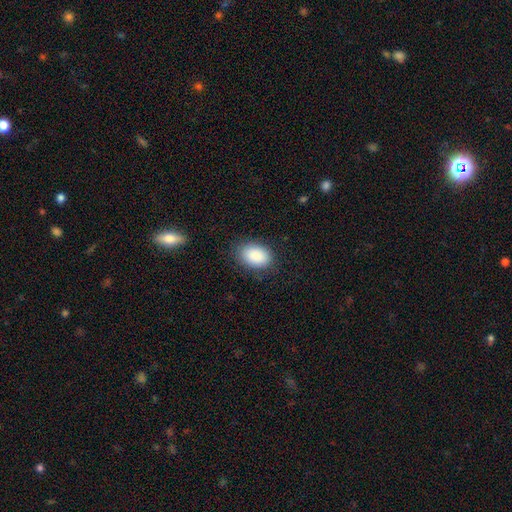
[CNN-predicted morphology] Q: Smooth or featured?
A: smooth (90%); runner-up: star or artifact (7%)
Q: How rounded?
A: in between (86%); runner-up: round (13%)
Q: Merging?
A: none (85%); runner-up: minor disturbance (11%)